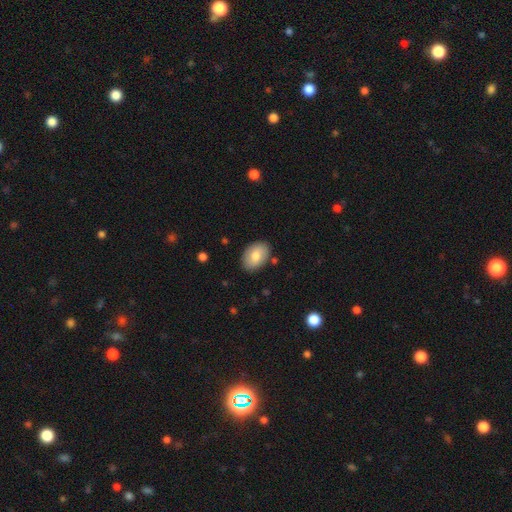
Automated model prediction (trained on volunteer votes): This appears to be a smooth galaxy with no disk features (79%) that is in between round and cigar-shaped (87%). Merging: none (85%).